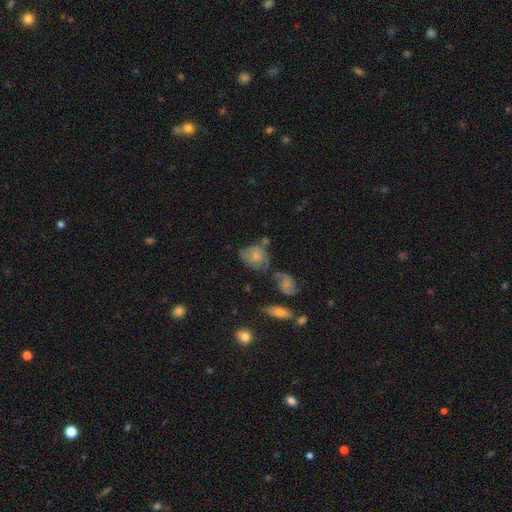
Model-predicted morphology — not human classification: Overall: smooth (51%; featured or disk 40%). How rounded: in between (51%; round 47%). Merging: none (35%; minor disturbance 26%).